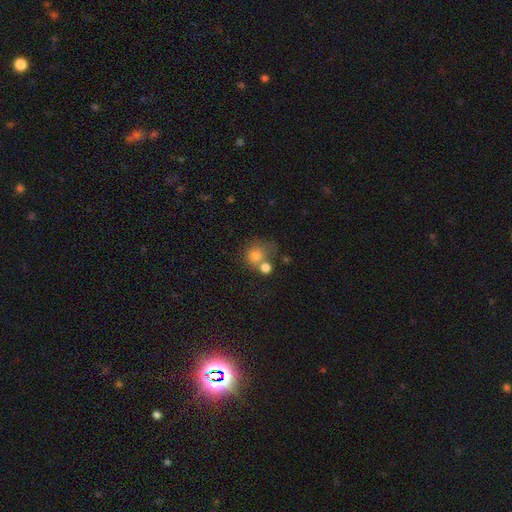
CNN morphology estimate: smooth-or-featured: smooth: 77% | featured or disk: 12% | star or artifact: 11%
  how-rounded: round: 81% | in between: 18% | cigar-shaped: 1%
  merging: none: 41% | merger: 38% | minor disturbance: 12% | major disturbance: 9%